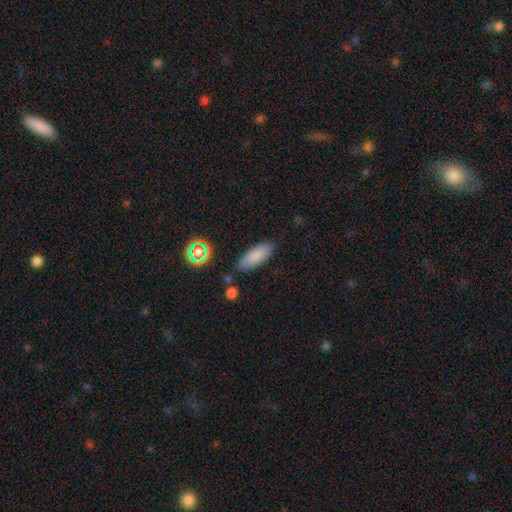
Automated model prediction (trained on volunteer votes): smooth 83%, star or artifact 9%, featured or disk 8%. Down the decision tree: how rounded — in between (71%); merging — none (81%).